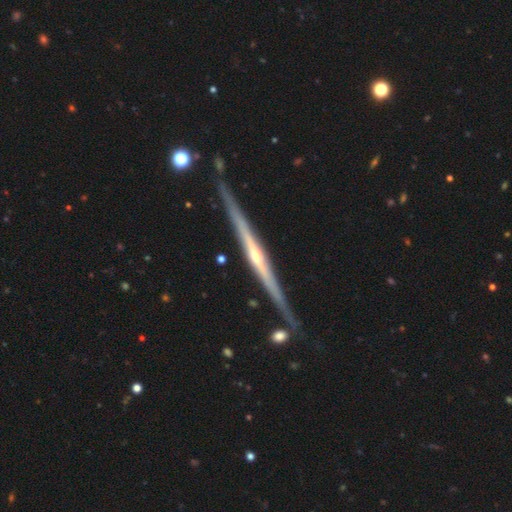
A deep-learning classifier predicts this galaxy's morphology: The model was most divided on "edge-on bulge": rounded: 66%, none: 28%, boxy: 6%. More confident: edge-on disk — yes (98%); smooth or featured — featured or disk (87%); merging — none (85%).